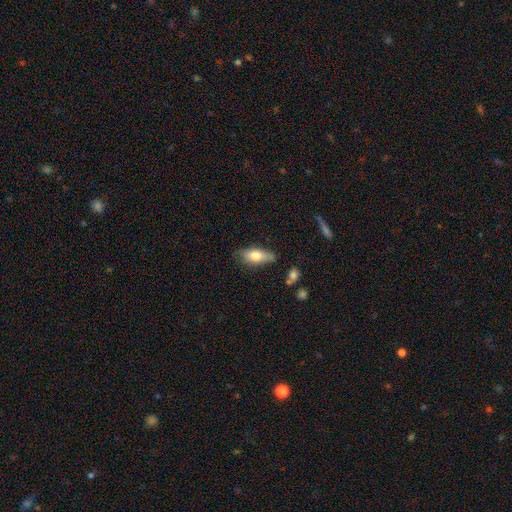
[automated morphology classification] Smooth or featured?
  - smooth: 69% *
  - featured or disk: 23%
  - star or artifact: 7%
How rounded?
  - in between: 75% *
  - cigar-shaped: 22%
  - round: 4%
Merging?
  - none: 66% *
  - minor disturbance: 25%
  - major disturbance: 5%
  - merger: 3%